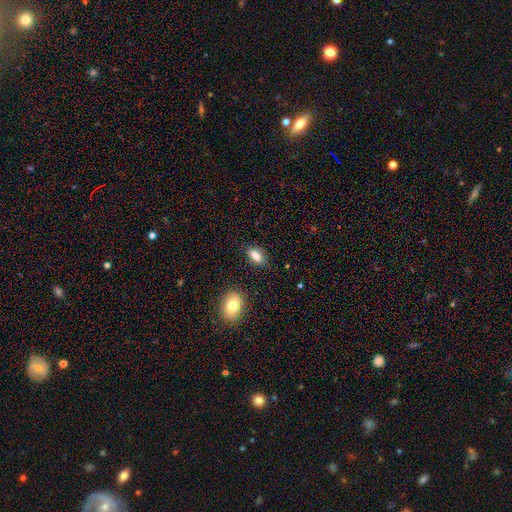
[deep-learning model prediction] A smooth galaxy with no disk features (85%) that is in between round and cigar-shaped (87%). Merging: none (81%).